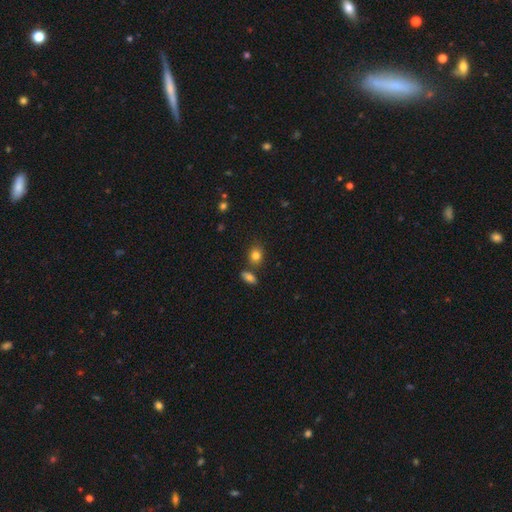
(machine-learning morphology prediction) type=smooth (83%); roundness=in between (52%); merging=none (70%).